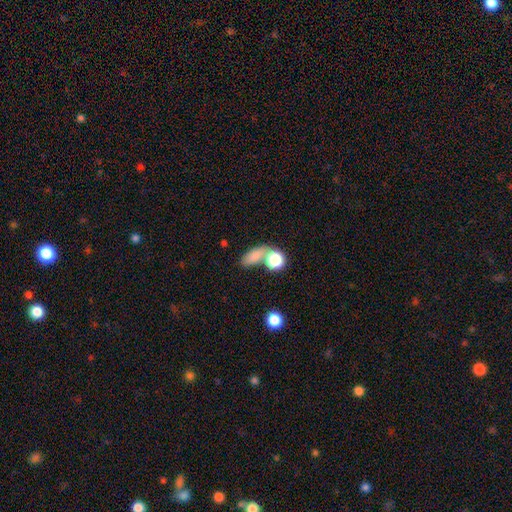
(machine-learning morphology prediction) A smooth galaxy with no disk features (80%) that is in between round and cigar-shaped (68%). Merging: none (43%).